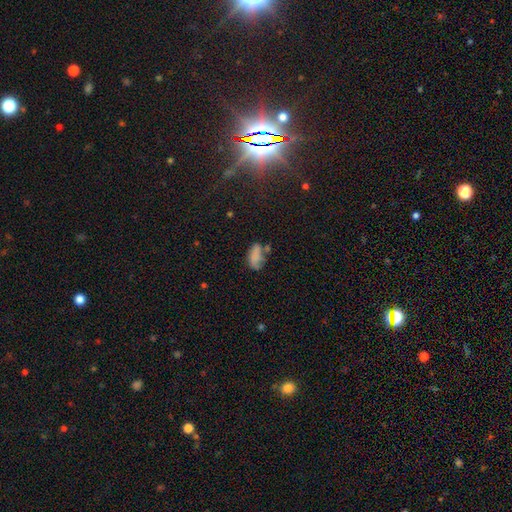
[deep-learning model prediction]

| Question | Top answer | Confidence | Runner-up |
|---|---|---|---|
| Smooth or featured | smooth | 74% | featured or disk (14%) |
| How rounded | in between | 89% | cigar-shaped (6%) |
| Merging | none | 40% | minor disturbance (27%) |